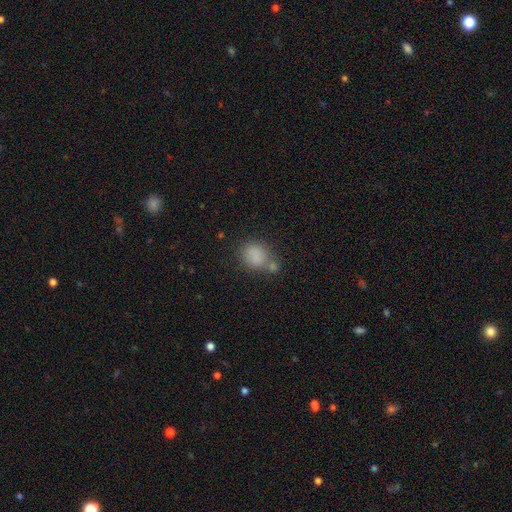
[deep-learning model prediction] Q: Smooth or featured?
A: smooth (82%); runner-up: star or artifact (11%)
Q: How rounded?
A: round (57%); runner-up: in between (42%)
Q: Merging?
A: none (50%); runner-up: merger (28%)